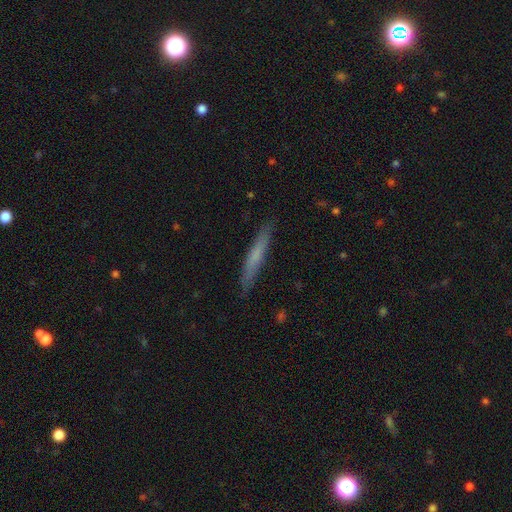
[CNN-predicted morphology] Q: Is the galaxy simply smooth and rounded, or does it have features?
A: smooth — 58%.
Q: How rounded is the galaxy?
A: cigar-shaped — 95%.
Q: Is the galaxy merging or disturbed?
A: none — 88%.